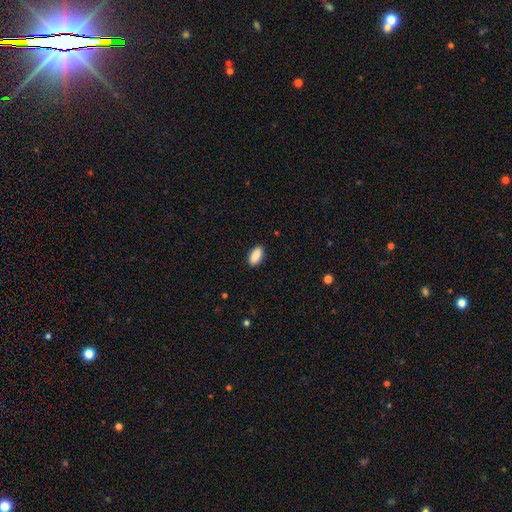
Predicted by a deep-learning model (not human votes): smooth-or-featured: smooth: 90% | star or artifact: 7% | featured or disk: 4%
  how-rounded: in between: 91% | cigar-shaped: 7% | round: 3%
  merging: none: 89% | minor disturbance: 8% | major disturbance: 2% | merger: 1%